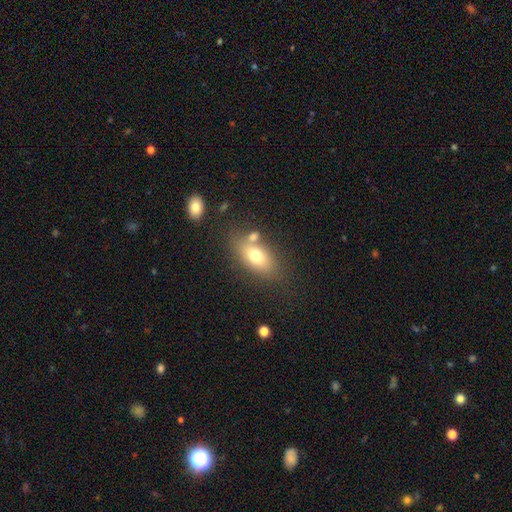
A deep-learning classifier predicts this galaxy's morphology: The model was most divided on "merging": none: 64%, merger: 17%, minor disturbance: 14%, major disturbance: 5%. More confident: how rounded — in between (84%); smooth or featured — smooth (72%).